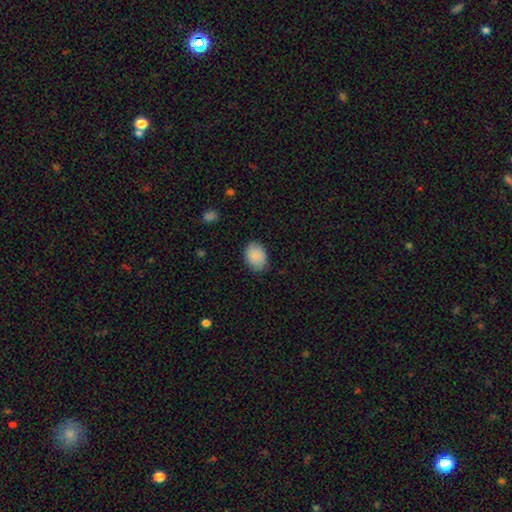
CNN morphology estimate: smooth 89%, star or artifact 6%, featured or disk 5%. Down the decision tree: how rounded — in between (75%); merging — none (81%).